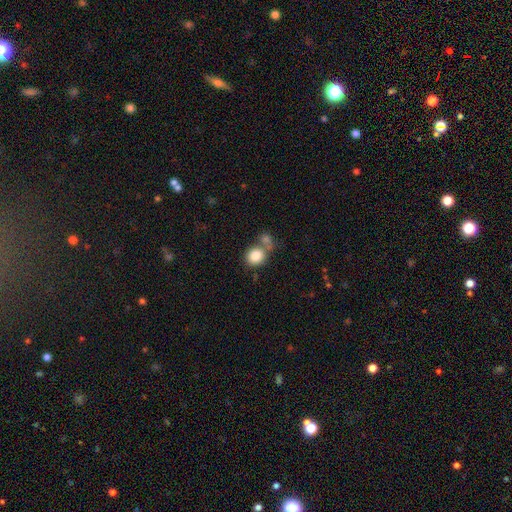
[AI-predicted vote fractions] smooth-or-featured: smooth: 83% | star or artifact: 9% | featured or disk: 8%
  how-rounded: round: 77% | in between: 22% | cigar-shaped: 1%
  merging: none: 51% | merger: 35% | minor disturbance: 10% | major disturbance: 4%